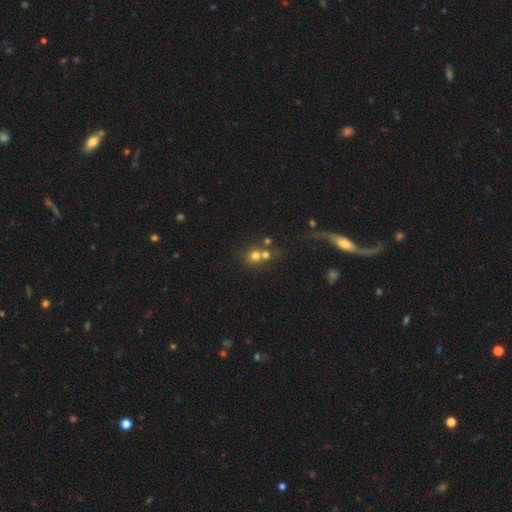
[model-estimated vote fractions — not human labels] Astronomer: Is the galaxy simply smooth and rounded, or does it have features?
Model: smooth — 65%.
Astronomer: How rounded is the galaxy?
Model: round — 85%.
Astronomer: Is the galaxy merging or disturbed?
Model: merger — 50% (runner-up: none, 38%).